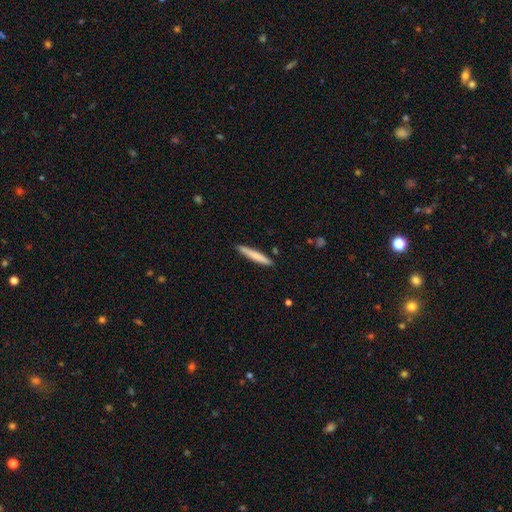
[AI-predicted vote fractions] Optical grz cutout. It shows a smooth galaxy with no disk features (75%) that is cigar-shaped (94%). Merging: none (89%).